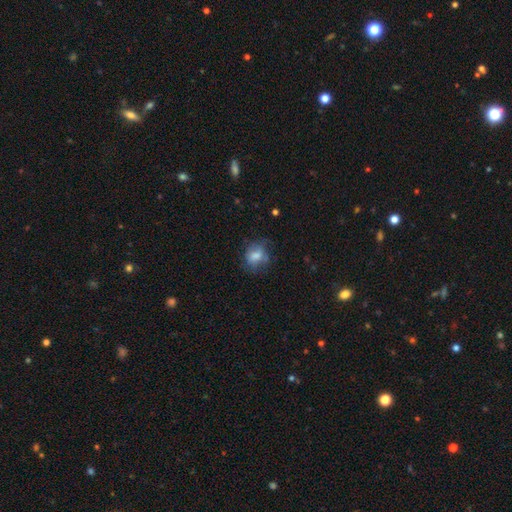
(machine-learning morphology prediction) A smooth galaxy with no disk features (69%) that is in between round and cigar-shaped (50%).

Vote fractions:
- Smooth or featured? smooth: 69% / featured or disk: 21% / star or artifact: 10%
- How rounded? in between: 50% / round: 48% / cigar-shaped: 1%
- Merging? none: 53% / minor disturbance: 28% / major disturbance: 16% / merger: 3%